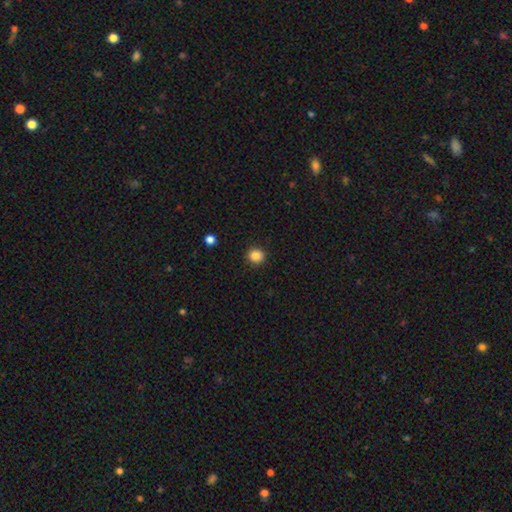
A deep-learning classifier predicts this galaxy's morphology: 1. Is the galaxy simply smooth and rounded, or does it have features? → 85% smooth, 11% star or artifact, 4% featured or disk.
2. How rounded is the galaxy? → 90% round, 9% in between, 1% cigar-shaped.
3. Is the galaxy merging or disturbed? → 92% none, 5% minor disturbance, 2% major disturbance, 1% merger.